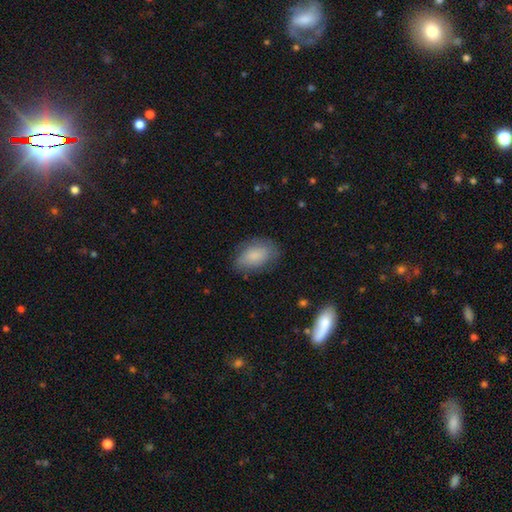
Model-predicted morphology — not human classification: smooth-or-featured: smooth: 83% | featured or disk: 10% | star or artifact: 7%
  how-rounded: in between: 91% | round: 7% | cigar-shaped: 2%
  merging: none: 75% | minor disturbance: 18% | major disturbance: 5% | merger: 1%